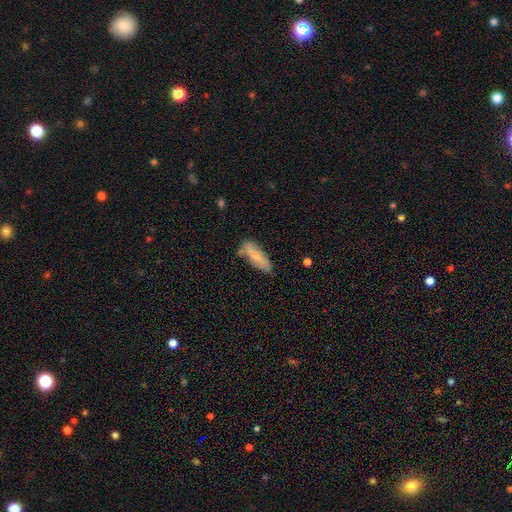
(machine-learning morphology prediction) Smooth or featured? smooth (65%)
How rounded? in between (57%)
Merging? none (68%)